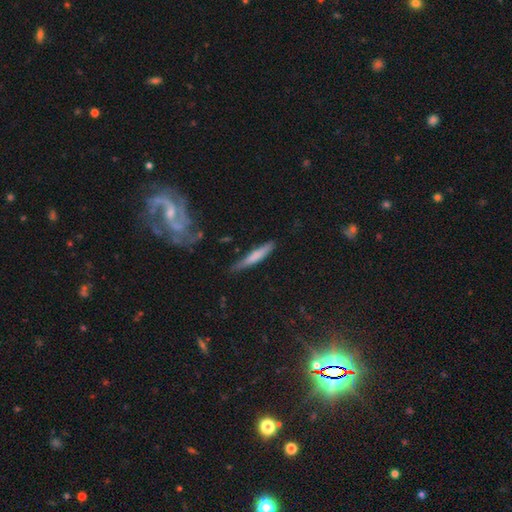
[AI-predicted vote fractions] Smooth or featured? smooth (66%)
How rounded? cigar-shaped (92%)
Merging? none (74%)